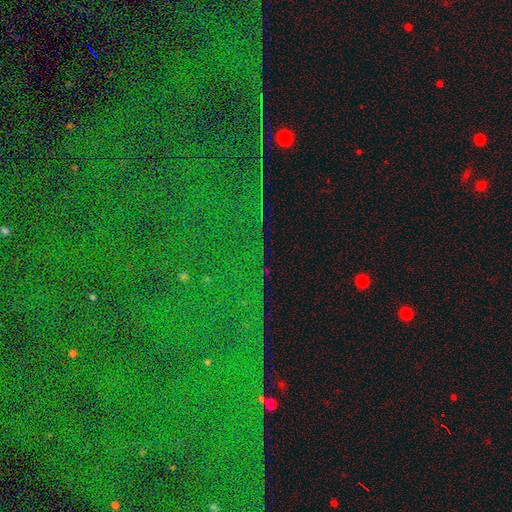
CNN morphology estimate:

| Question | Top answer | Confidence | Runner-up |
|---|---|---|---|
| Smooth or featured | star or artifact | 86% | featured or disk (7%) |